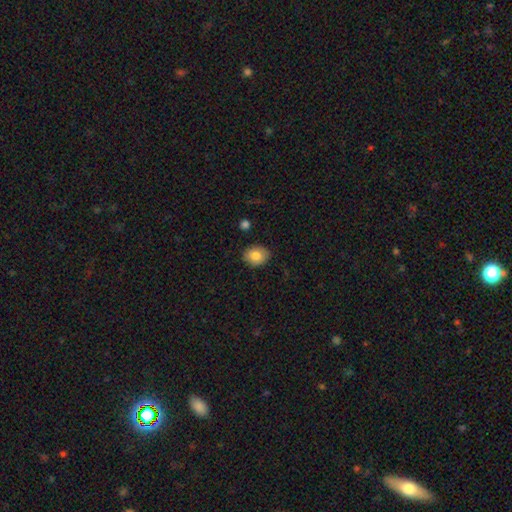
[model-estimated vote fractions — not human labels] smooth_or_featured: smooth (p=0.83) [alt: featured or disk p=0.09]
how_rounded: in between (p=0.56) [alt: round p=0.43]
merging: none (p=0.86) [alt: minor disturbance p=0.11]